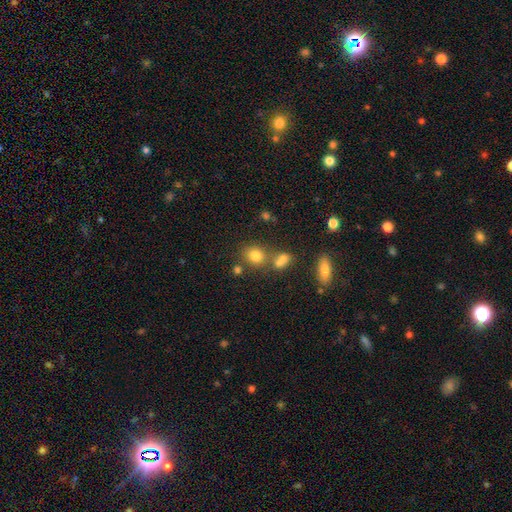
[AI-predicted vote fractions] Smooth or featured: smooth — 76% (star or artifact — 14%)
How rounded: round — 68% (in between — 31%)
Merging: none — 64% (merger — 21%)